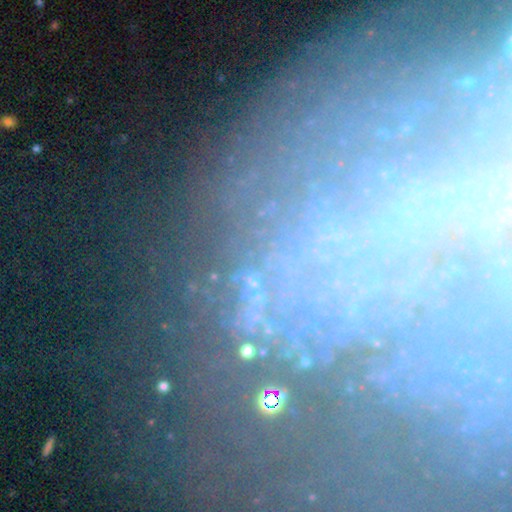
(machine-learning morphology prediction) featured or disk 45%, star or artifact 37%, smooth 18%. Down the decision tree: merging — none (72%).